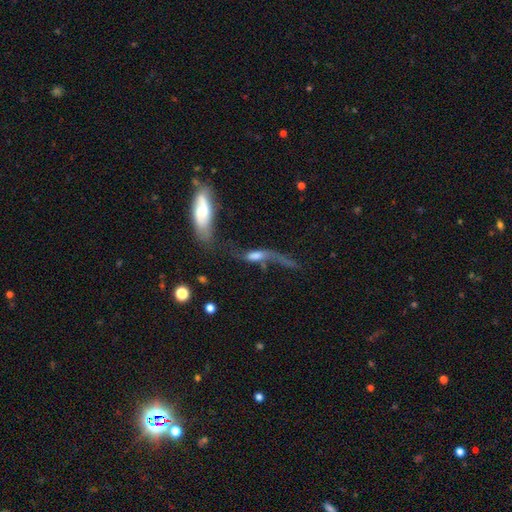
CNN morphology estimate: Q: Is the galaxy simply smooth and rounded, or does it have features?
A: featured or disk — 48%.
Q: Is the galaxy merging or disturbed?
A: major disturbance — 38%.